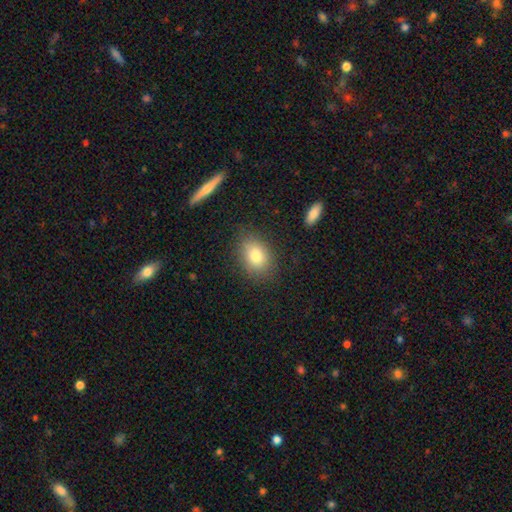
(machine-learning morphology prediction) Q: Smooth or featured?
A: smooth (80%); runner-up: featured or disk (10%)
Q: How rounded?
A: in between (71%); runner-up: round (27%)
Q: Merging?
A: none (83%); runner-up: minor disturbance (12%)